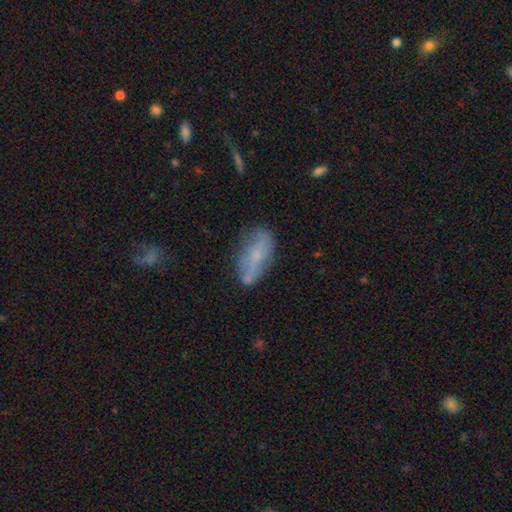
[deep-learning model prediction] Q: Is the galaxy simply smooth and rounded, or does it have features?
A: smooth — 57%.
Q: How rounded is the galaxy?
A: in between — 78%.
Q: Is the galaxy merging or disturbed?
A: none — 60%.